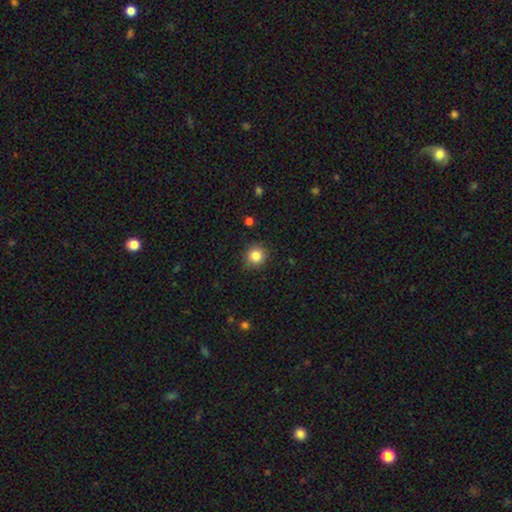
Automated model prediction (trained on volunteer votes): smooth-or-featured: smooth: 85% | star or artifact: 10% | featured or disk: 5%
  how-rounded: round: 91% | in between: 8% | cigar-shaped: 1%
  merging: none: 89% | minor disturbance: 8% | major disturbance: 2% | merger: 1%